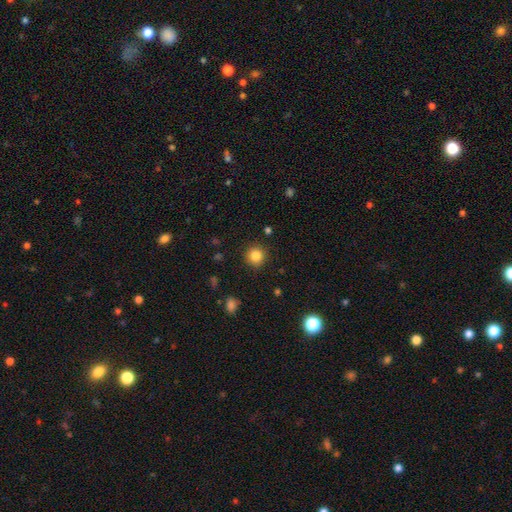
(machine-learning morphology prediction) Smooth or featured: smooth — 83% (star or artifact — 11%)
How rounded: round — 93% (in between — 6%)
Merging: none — 90% (minor disturbance — 7%)